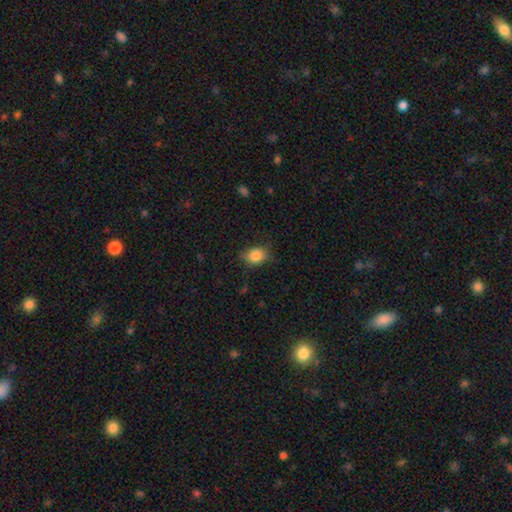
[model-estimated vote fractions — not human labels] Smooth or featured?
  - smooth: 84% *
  - star or artifact: 9%
  - featured or disk: 7%
How rounded?
  - in between: 58% *
  - round: 40%
  - cigar-shaped: 1%
Merging?
  - none: 73% *
  - minor disturbance: 22%
  - major disturbance: 5%
  - merger: 1%